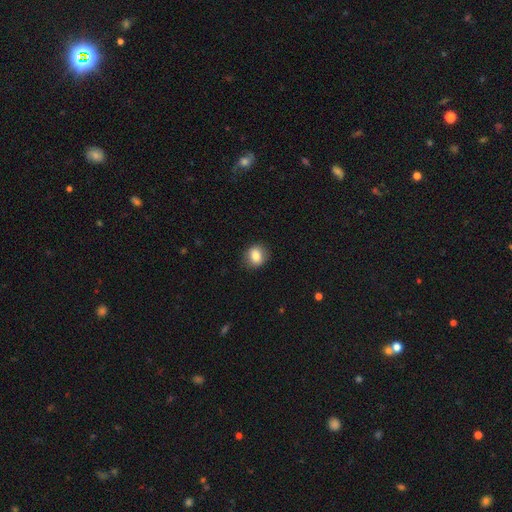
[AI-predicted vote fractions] The model was most divided on "how rounded": round: 62%, in between: 36%, cigar-shaped: 1%. More confident: merging — none (85%); smooth or featured — smooth (80%).